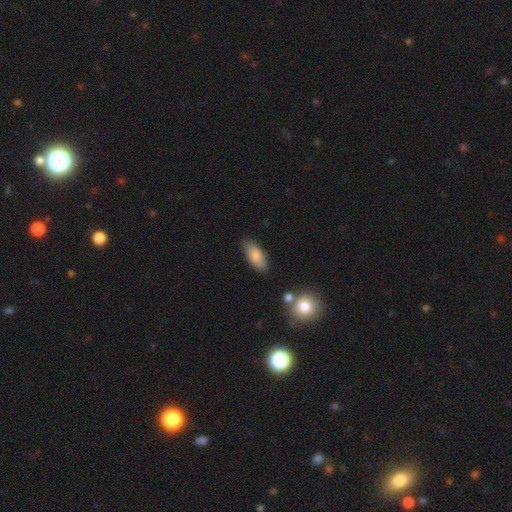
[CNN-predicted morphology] Smooth or featured: smooth — 81% (featured or disk — 12%)
How rounded: in between — 86% (cigar-shaped — 12%)
Merging: none — 81% (minor disturbance — 13%)